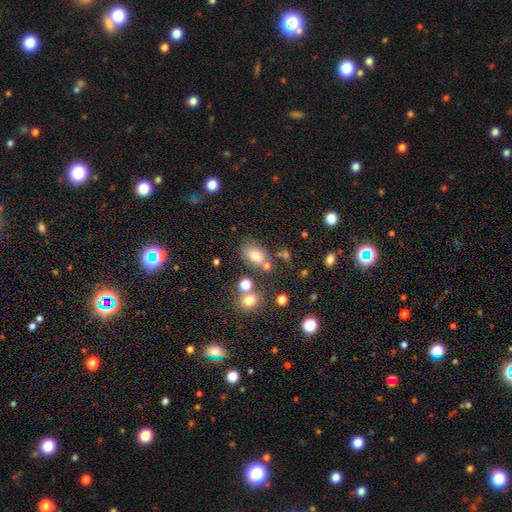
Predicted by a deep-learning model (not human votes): smooth 71%, featured or disk 14%, star or artifact 14%. Down the decision tree: how rounded — in between (81%); merging — none (60%).